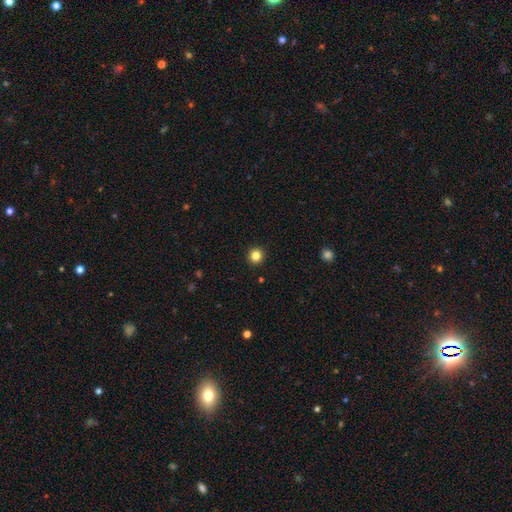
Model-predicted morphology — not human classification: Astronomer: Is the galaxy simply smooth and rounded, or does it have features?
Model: smooth — 83%.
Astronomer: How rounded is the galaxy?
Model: round — 94%.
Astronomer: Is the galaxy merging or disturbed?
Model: none — 93%.